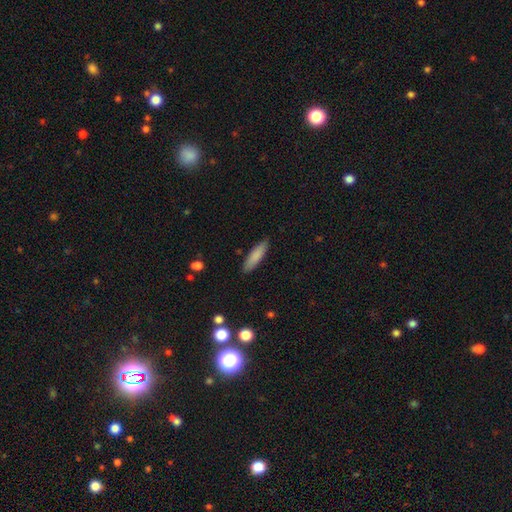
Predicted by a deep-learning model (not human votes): A smooth galaxy with no disk features (84%) that is cigar-shaped (68%). Merging: none (87%).